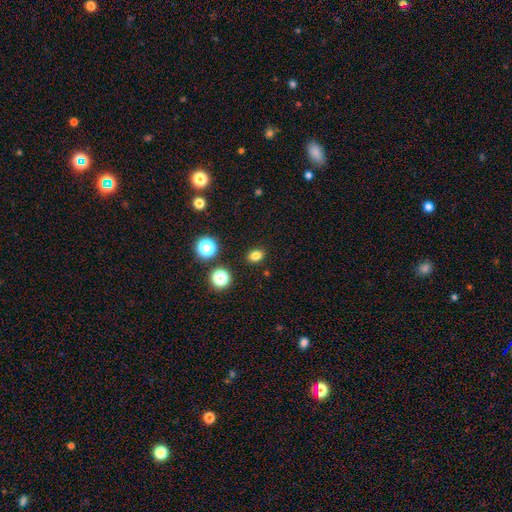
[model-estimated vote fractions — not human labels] Overall: smooth (79%). How rounded: in between (61%; round 38%). Merging: none (88%).